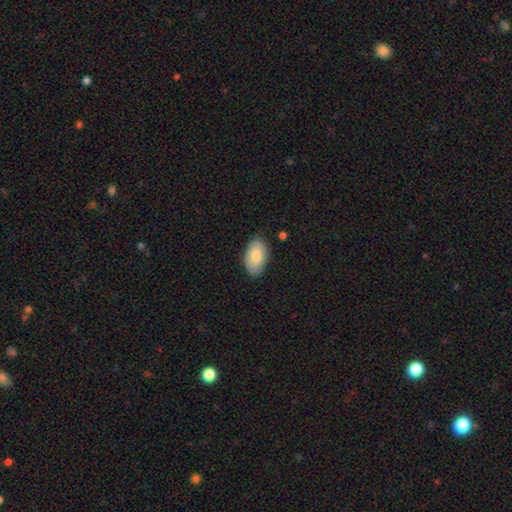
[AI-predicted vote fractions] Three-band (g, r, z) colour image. It shows a smooth galaxy with no disk features (81%) that is in between round and cigar-shaped (94%). Merging: none (84%).